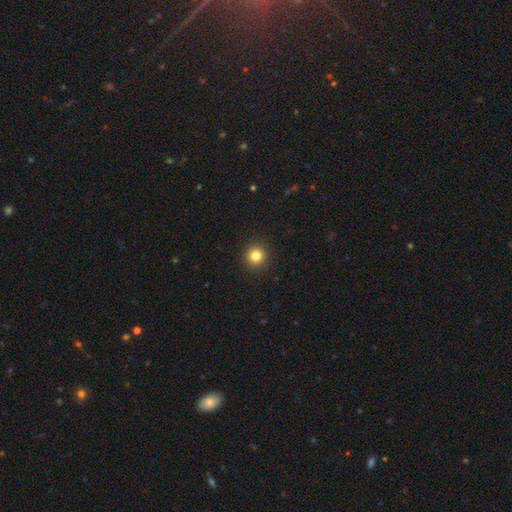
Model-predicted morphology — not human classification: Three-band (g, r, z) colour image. It shows a smooth galaxy with no disk features (83%) that is round (94%). Merging: none (93%).